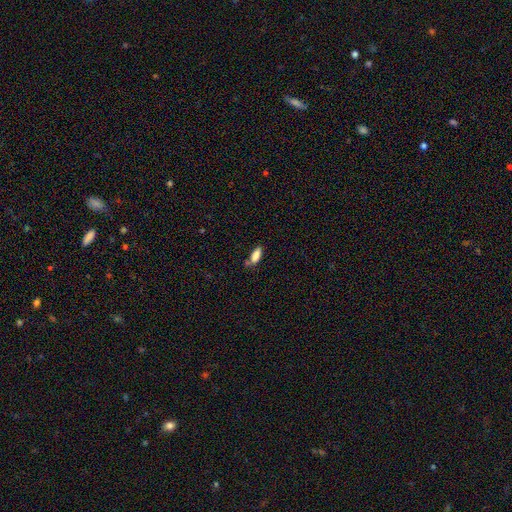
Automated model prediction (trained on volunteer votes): A smooth galaxy with no disk features (84%) that is in between round and cigar-shaped (75%). Merging: none (59%).